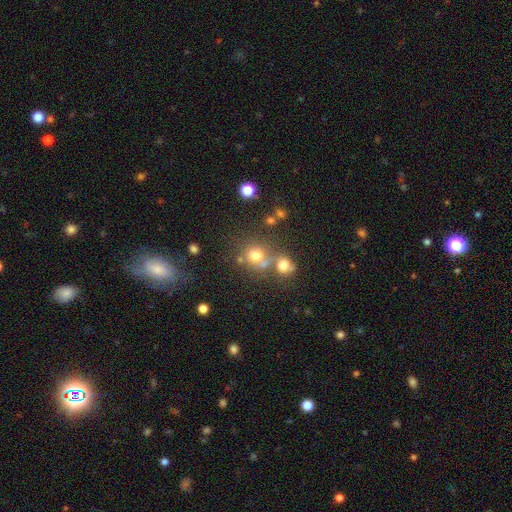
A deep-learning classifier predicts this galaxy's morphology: Smooth or featured? Predicted: smooth (p=0.71). How rounded? Predicted: round (p=0.84). Merging? Predicted: none (p=0.54).